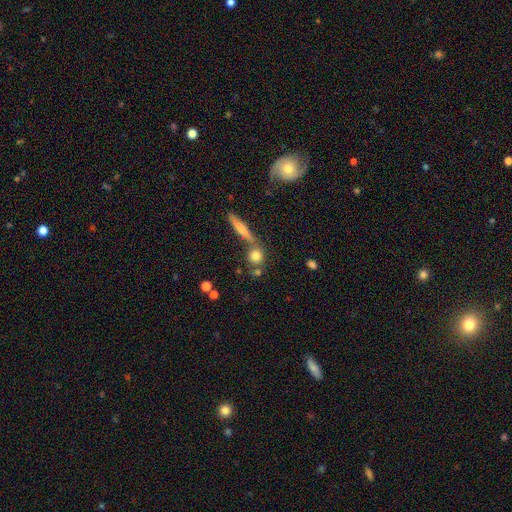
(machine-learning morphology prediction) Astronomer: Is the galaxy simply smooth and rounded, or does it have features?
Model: smooth — 77%.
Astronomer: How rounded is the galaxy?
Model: round — 76%.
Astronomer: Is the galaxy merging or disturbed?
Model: none — 62%.